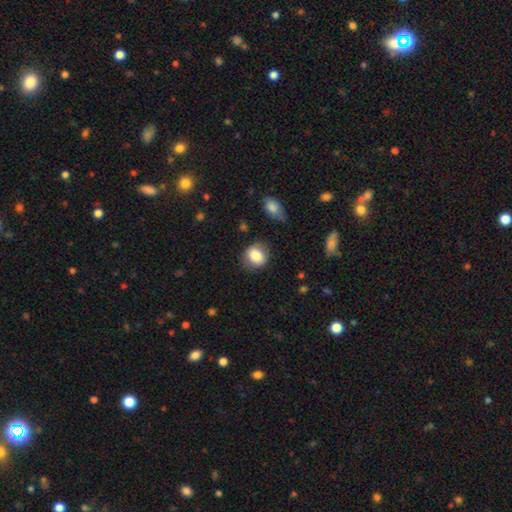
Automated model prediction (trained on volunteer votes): This appears to be a smooth galaxy with no disk features (82%) that is round (64%). Merging: none (77%).